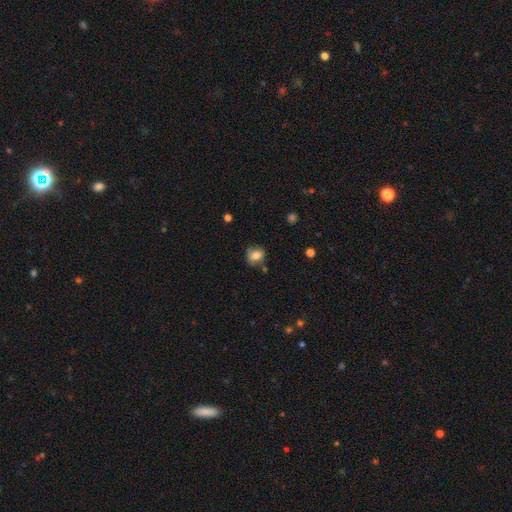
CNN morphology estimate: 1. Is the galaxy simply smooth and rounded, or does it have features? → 77% smooth, 13% featured or disk, 10% star or artifact.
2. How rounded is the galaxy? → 51% round, 47% in between, 1% cigar-shaped.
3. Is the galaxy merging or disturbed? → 67% none, 22% minor disturbance, 6% merger, 5% major disturbance.